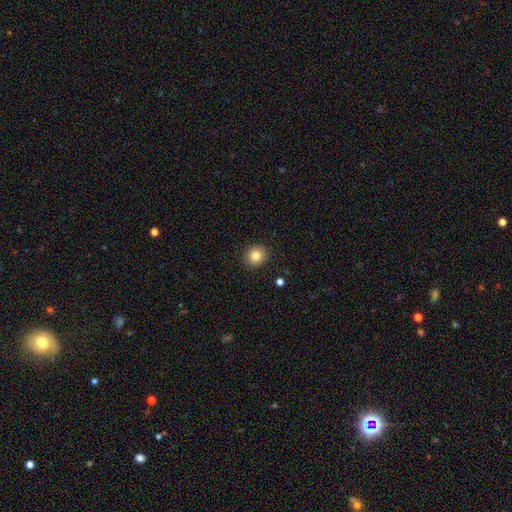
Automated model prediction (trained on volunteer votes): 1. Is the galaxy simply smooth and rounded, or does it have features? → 84% smooth, 10% star or artifact, 6% featured or disk.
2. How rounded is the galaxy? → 82% round, 17% in between, 1% cigar-shaped.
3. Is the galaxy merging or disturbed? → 91% none, 6% minor disturbance, 2% major disturbance, 1% merger.